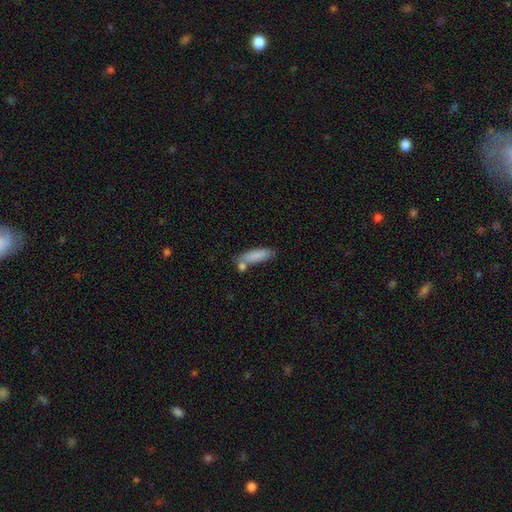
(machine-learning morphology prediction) Smooth or featured?
  - smooth: 84% *
  - featured or disk: 9%
  - star or artifact: 7%
How rounded?
  - cigar-shaped: 55% *
  - in between: 43%
  - round: 2%
Merging?
  - none: 61% *
  - merger: 18%
  - minor disturbance: 16%
  - major disturbance: 5%